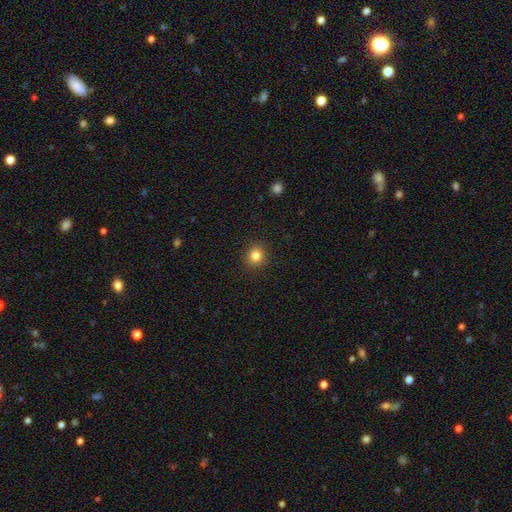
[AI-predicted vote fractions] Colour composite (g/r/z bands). It shows a smooth galaxy with no disk features (83%) that is round (90%). Merging: none (91%).